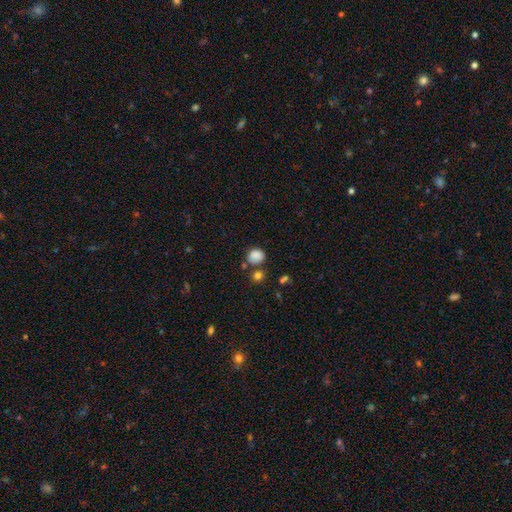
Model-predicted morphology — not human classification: A smooth galaxy with no disk features (85%) that is round (77%). Merging: none (72%).